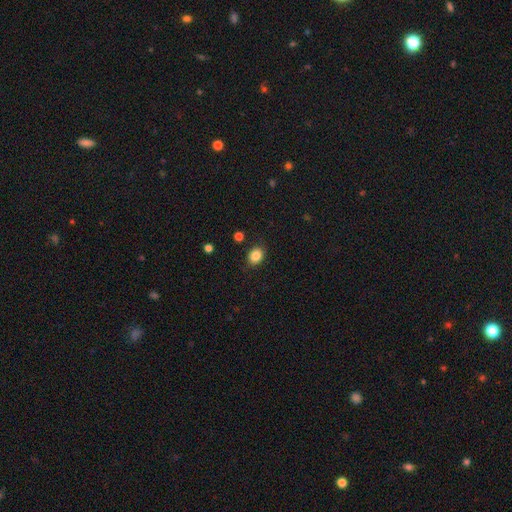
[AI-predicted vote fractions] Overall: smooth (85%). How rounded: in between (51%; round 48%). Merging: none (85%).